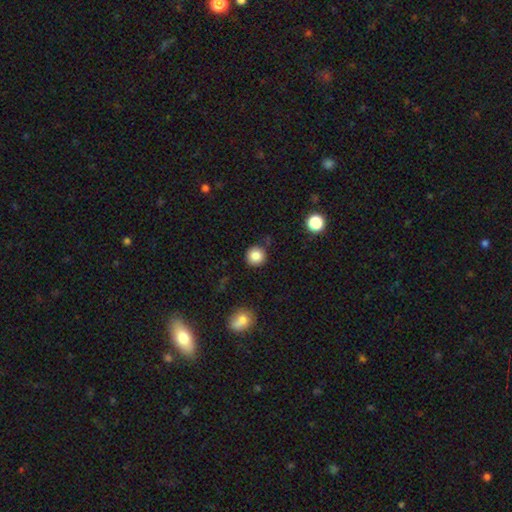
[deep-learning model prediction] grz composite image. It shows a smooth galaxy with no disk features (85%) that is round (93%). Merging: none (86%).